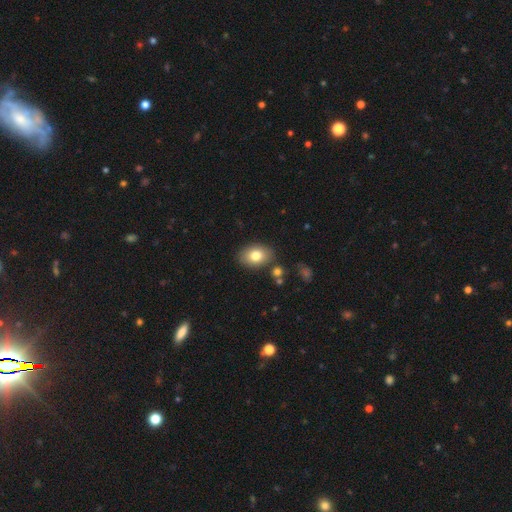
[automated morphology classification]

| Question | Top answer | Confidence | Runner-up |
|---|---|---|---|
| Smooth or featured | smooth | 79% | featured or disk (13%) |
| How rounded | in between | 79% | round (20%) |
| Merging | none | 83% | minor disturbance (10%) |